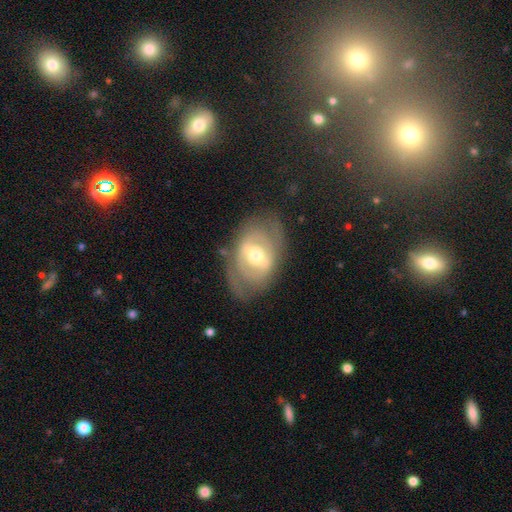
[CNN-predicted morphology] This is likely a featured or disk galaxy (68%). It is clearly not viewed edge-on (93%). Bar: marginally weak (40%). Spiral arm pattern: possibly no (51%). Central bulge: likely moderate (69%). Merging: likely none (72%).